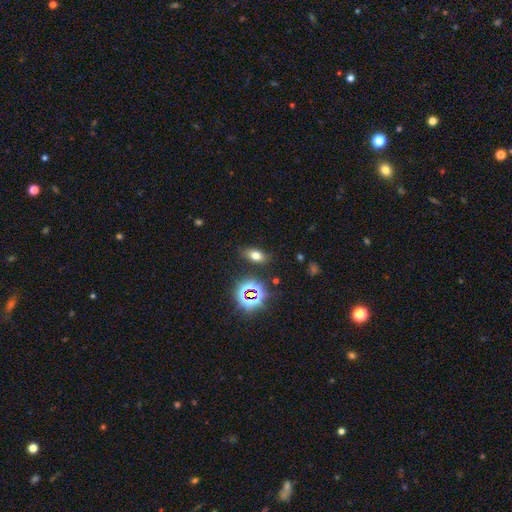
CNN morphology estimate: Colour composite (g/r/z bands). It shows a smooth galaxy with no disk features (64%) that is in between round and cigar-shaped (80%). Merging: none (84%).